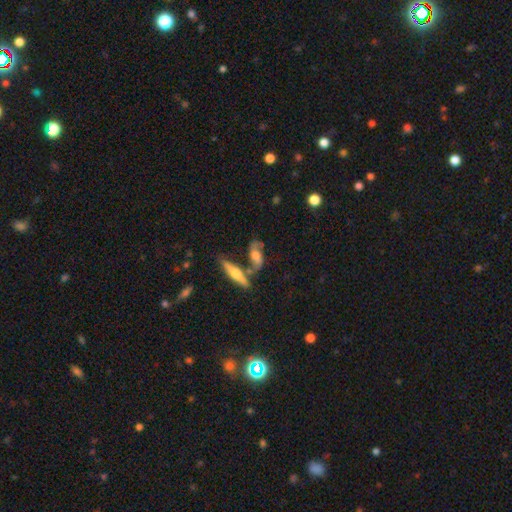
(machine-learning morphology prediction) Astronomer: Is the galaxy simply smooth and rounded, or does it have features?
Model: featured or disk — 63%.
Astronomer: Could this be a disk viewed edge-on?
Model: no — 70%.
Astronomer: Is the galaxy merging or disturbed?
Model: none — 50%.